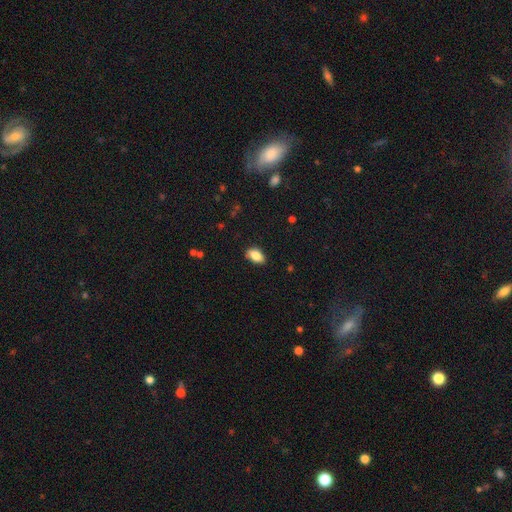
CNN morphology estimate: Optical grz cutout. It shows a smooth galaxy with no disk features (83%) that is in between round and cigar-shaped (91%). Merging: none (85%).